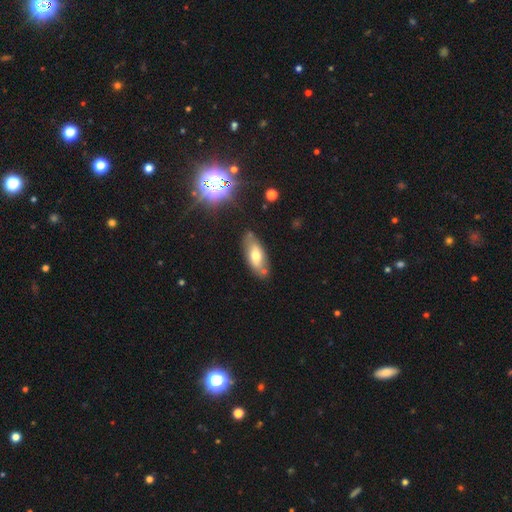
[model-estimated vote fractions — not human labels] A smooth galaxy with no disk features (60%) that is in between round and cigar-shaped (81%). Merging: none (72%).